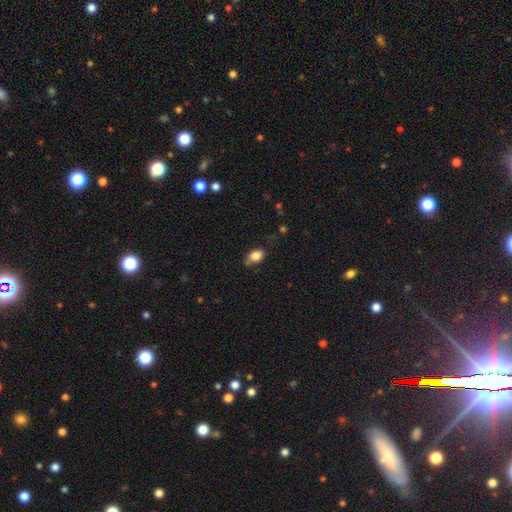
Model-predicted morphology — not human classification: smooth-or-featured: smooth: 84% | star or artifact: 9% | featured or disk: 7%
  how-rounded: in between: 75% | round: 24% | cigar-shaped: 2%
  merging: none: 67% | minor disturbance: 23% | major disturbance: 5% | merger: 5%